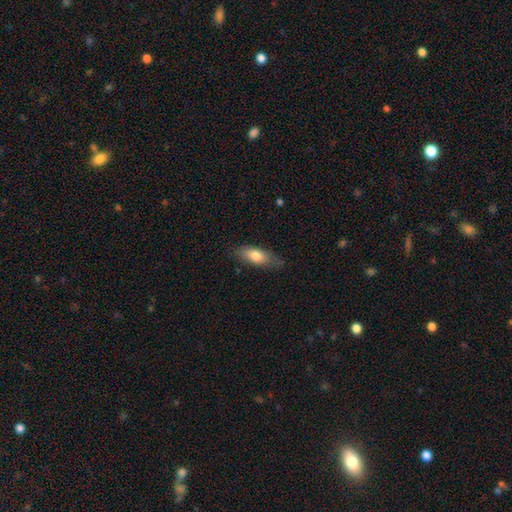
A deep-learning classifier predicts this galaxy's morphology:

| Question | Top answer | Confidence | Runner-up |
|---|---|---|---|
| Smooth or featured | smooth | 75% | featured or disk (18%) |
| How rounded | in between | 76% | cigar-shaped (21%) |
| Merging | none | 72% | minor disturbance (22%) |